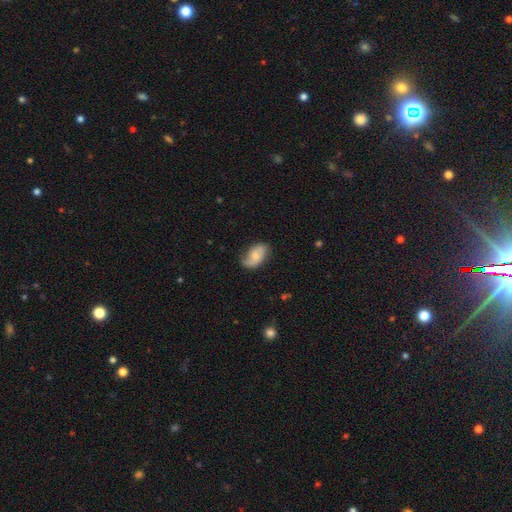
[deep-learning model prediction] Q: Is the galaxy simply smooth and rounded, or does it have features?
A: featured or disk — 52%.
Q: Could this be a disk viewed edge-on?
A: no — 95%.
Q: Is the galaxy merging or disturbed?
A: none — 65%.